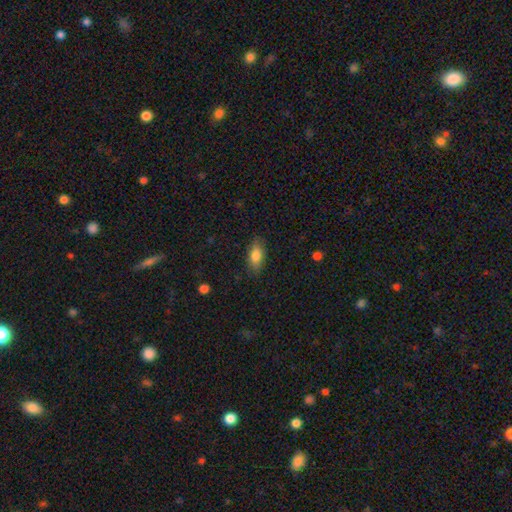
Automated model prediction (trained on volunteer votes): Smooth or featured? smooth (78%)
How rounded? in between (81%)
Merging? none (85%)